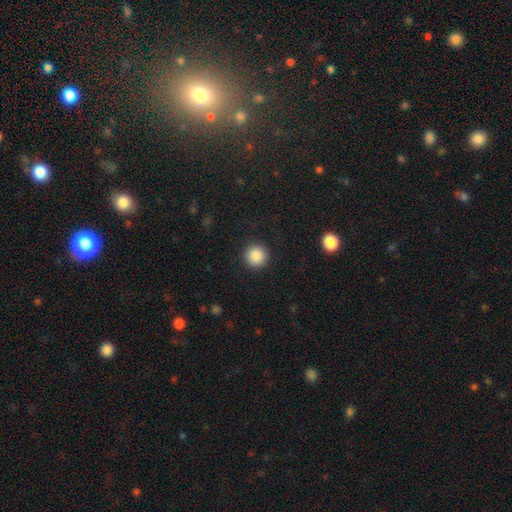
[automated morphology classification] Smooth or featured: smooth — 88% (star or artifact — 9%)
How rounded: round — 96% (in between — 3%)
Merging: none — 92% (minor disturbance — 5%)